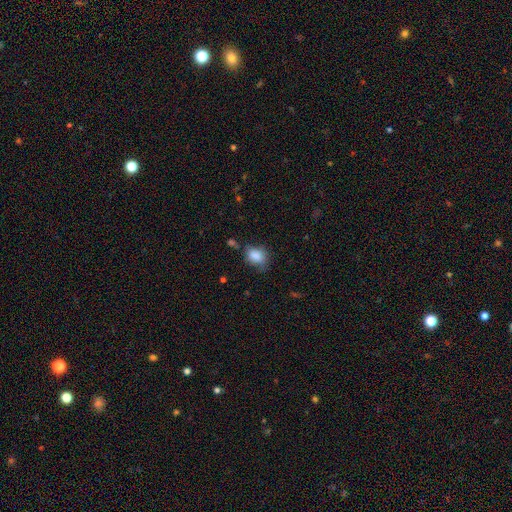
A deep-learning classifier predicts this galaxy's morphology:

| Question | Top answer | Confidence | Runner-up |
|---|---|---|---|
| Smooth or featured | smooth | 85% | star or artifact (9%) |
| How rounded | in between | 60% | round (38%) |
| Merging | none | 56% | minor disturbance (30%) |